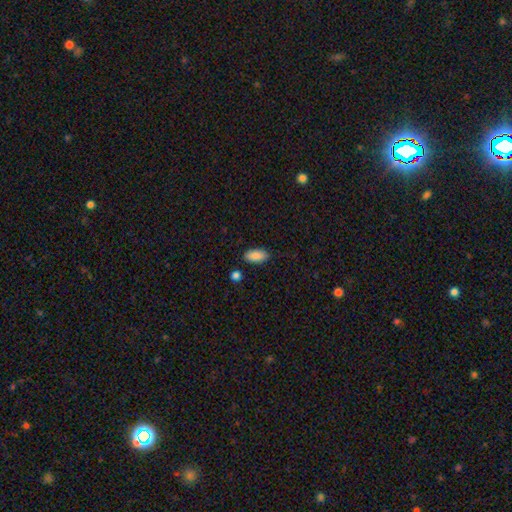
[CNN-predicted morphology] smooth-or-featured: smooth: 89% | star or artifact: 7% | featured or disk: 4%
  how-rounded: in between: 90% | cigar-shaped: 7% | round: 2%
  merging: none: 85% | minor disturbance: 10% | merger: 3% | major disturbance: 2%